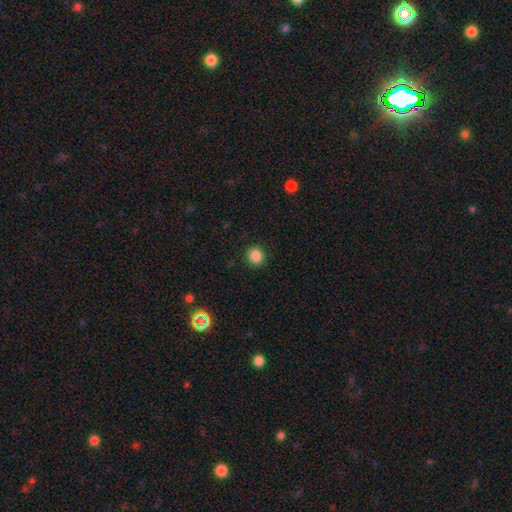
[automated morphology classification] smooth 87%, star or artifact 10%, featured or disk 3%. Down the decision tree: how rounded — round (77%); merging — none (90%).